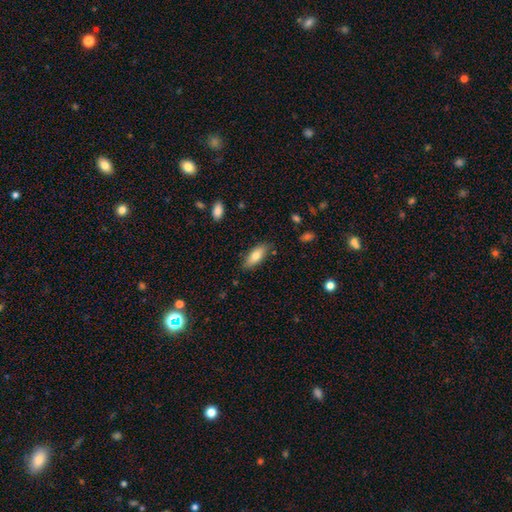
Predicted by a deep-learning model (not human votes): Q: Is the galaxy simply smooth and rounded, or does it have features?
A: smooth — 77%.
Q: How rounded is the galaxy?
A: in between — 77%.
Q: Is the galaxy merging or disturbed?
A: none — 83%.